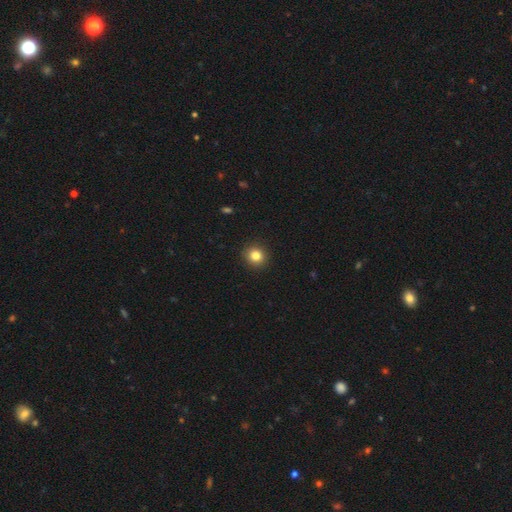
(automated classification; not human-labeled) Smooth or featured? Predicted: smooth (p=0.83). How rounded? Predicted: round (p=0.92). Merging? Predicted: none (p=0.93).